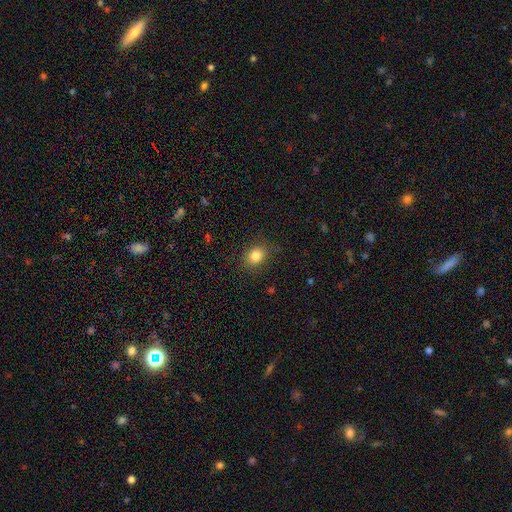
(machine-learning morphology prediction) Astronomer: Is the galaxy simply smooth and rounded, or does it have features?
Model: smooth — 84%.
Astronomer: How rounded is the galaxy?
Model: round — 52% (runner-up: in between, 47%).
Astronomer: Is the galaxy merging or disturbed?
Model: none — 85%.